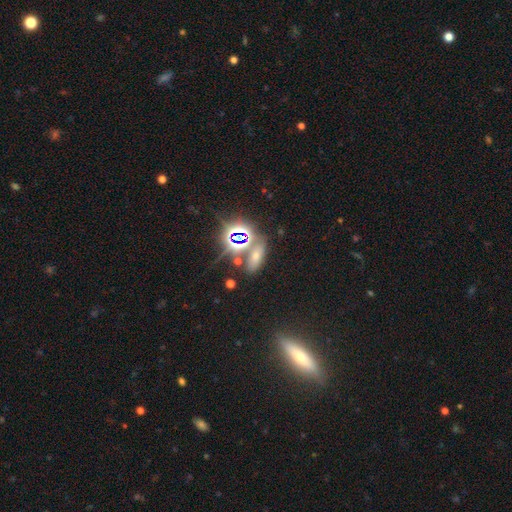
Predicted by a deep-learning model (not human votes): A smooth galaxy with no disk features (45%). Merging: none (70%).